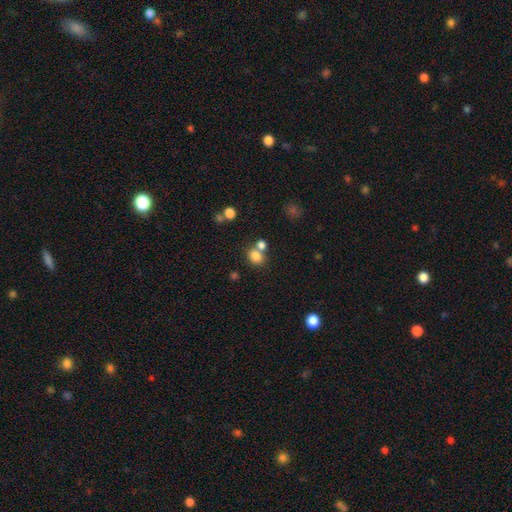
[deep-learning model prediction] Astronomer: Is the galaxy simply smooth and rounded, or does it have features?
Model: smooth — 80%.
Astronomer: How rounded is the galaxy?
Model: in between — 50% (runner-up: round, 49%).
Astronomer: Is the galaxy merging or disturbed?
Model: none — 53% (runner-up: merger, 32%).